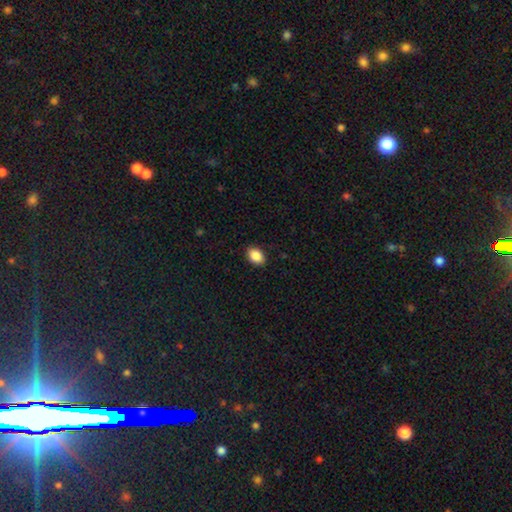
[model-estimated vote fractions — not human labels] Morphology: type=smooth (89%); roundness=in between (83%); merging=none (89%).